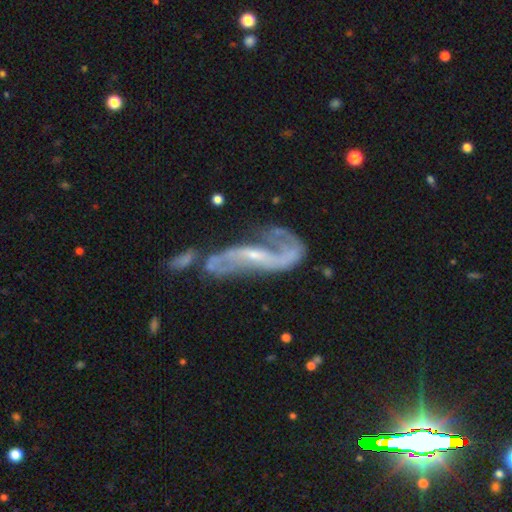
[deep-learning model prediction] This appears to be a featured or disk galaxy (83%) with a weak bar (38%), 2 (82%) loose (63%) spiral arms (89%) and a small central bulge (70%). Merging: none (38%).